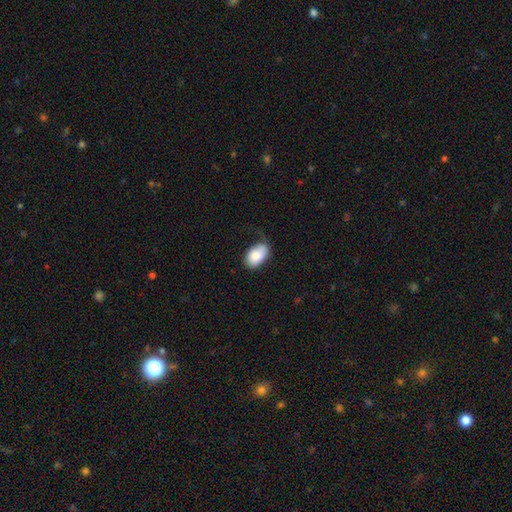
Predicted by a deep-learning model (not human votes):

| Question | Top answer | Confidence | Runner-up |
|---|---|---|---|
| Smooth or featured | smooth | 84% | featured or disk (9%) |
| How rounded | in between | 92% | round (7%) |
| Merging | none | 50% | minor disturbance (34%) |